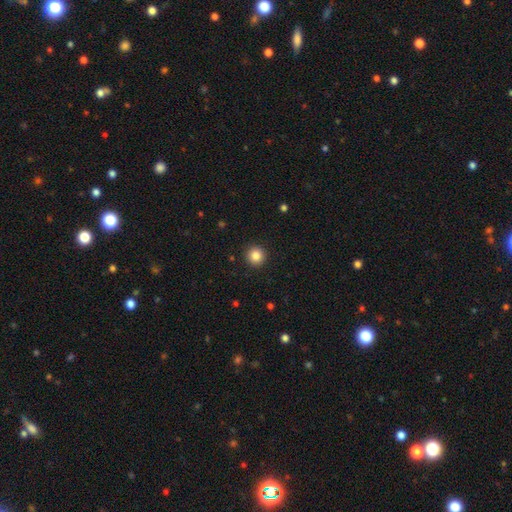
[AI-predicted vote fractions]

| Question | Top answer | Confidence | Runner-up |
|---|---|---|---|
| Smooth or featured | smooth | 85% | star or artifact (11%) |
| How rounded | round | 96% | in between (3%) |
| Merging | none | 93% | minor disturbance (5%) |